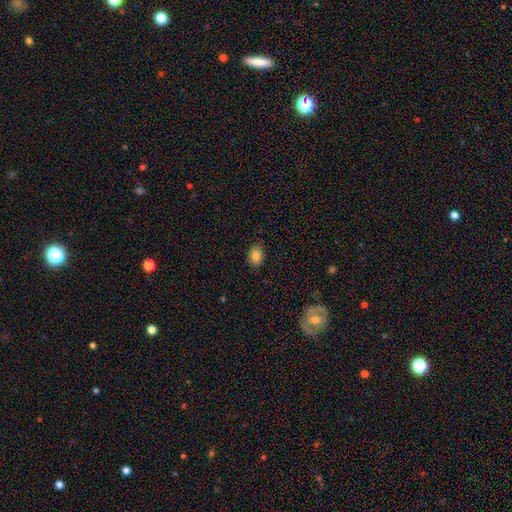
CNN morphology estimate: This appears to be a smooth galaxy with no disk features (84%) that is in between round and cigar-shaped (70%). Merging: none (86%).